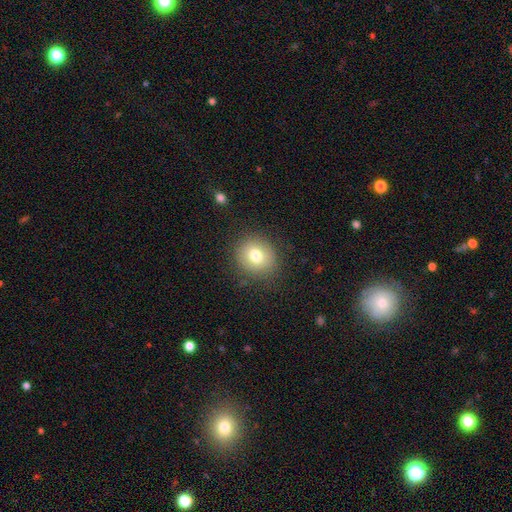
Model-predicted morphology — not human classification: A smooth galaxy with no disk features (76%) that is round (80%). Merging: none (85%).